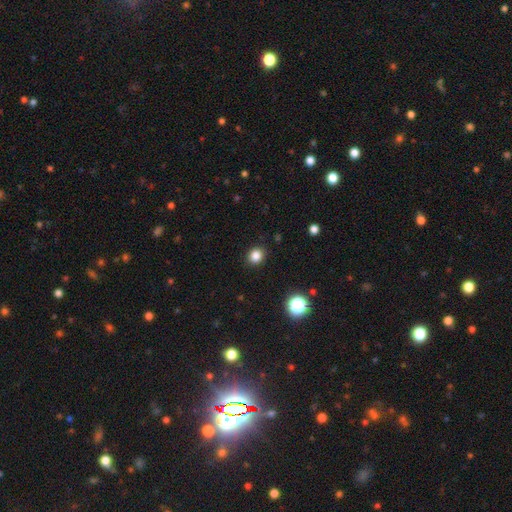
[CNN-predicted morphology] Smooth or featured: smooth — 83% (star or artifact — 13%)
How rounded: round — 82% (in between — 18%)
Merging: none — 91% (minor disturbance — 6%)